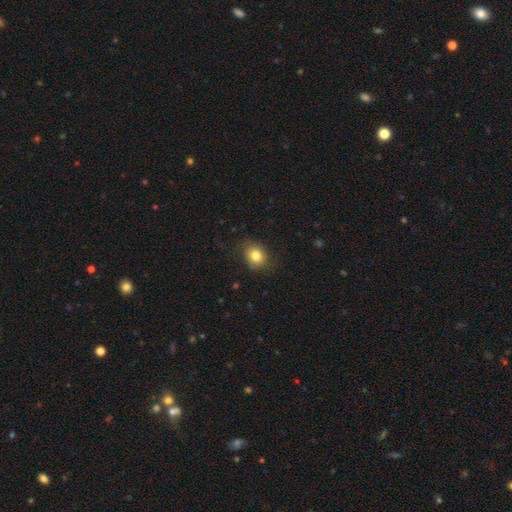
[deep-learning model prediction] smooth 82%, star or artifact 10%, featured or disk 8%. Down the decision tree: how rounded — round (55%); merging — none (79%).